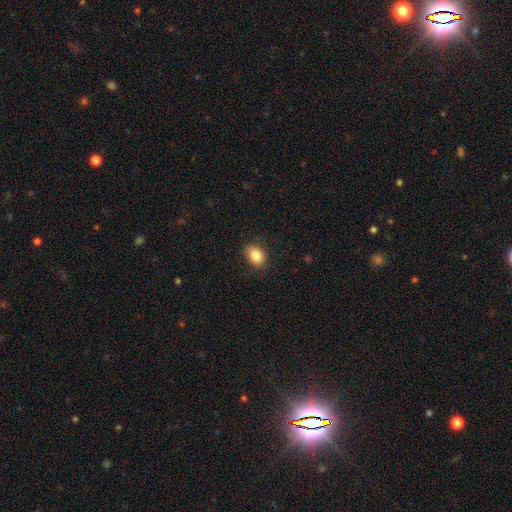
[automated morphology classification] Overall: smooth (83%). How rounded: in between (65%; round 34%). Merging: none (85%).